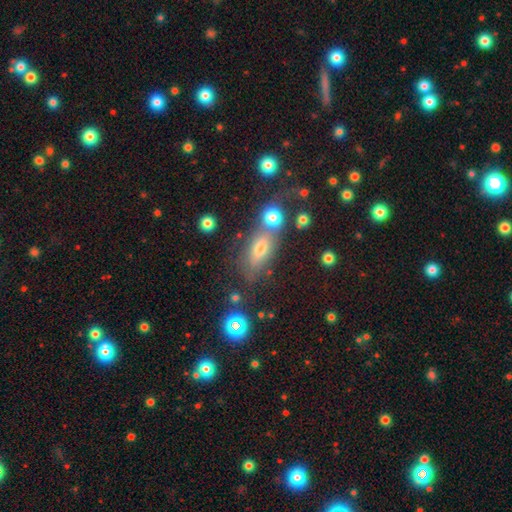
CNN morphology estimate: Overall: smooth (58%; featured or disk 22%). How rounded: in between (71%). Merging: none (54%; merger 26%).